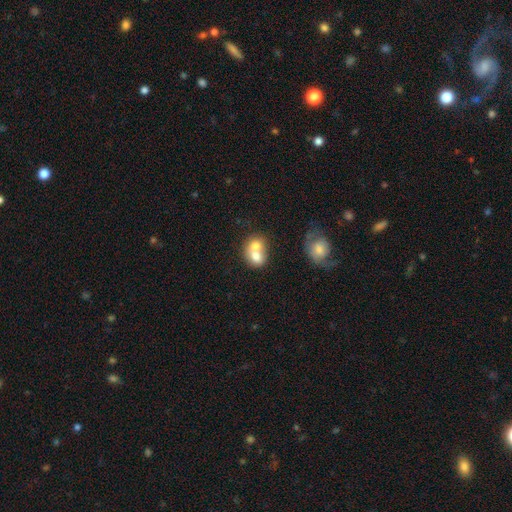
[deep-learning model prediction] Morphology: type=smooth (70%); roundness=round (53%); merging=merger (72%).